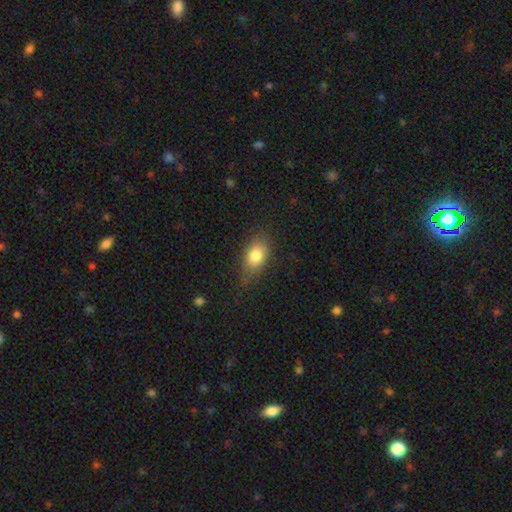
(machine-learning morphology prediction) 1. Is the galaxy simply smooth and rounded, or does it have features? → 81% smooth, 11% featured or disk, 9% star or artifact.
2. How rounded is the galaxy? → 82% in between, 14% round, 4% cigar-shaped.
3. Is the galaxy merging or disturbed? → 71% none, 21% minor disturbance, 6% major disturbance, 2% merger.